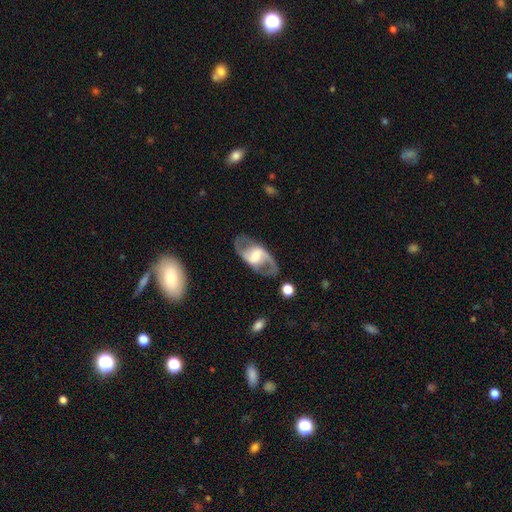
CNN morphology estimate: A featured or disk galaxy (81%) with a weak bar (43%), 2 (90%) medium (50%) spiral arms (86%) and a moderate central bulge (43%).

Vote fractions:
- Smooth or featured? featured or disk: 81% / smooth: 13% / star or artifact: 5%
- Edge-on disk? no: 93% / yes: 7%
- Bar? weak: 43% / strong: 35% / no: 22%
- Spiral arms? yes: 86% / no: 14%
- Spiral winding? medium: 50% / loose: 35% / tight: 15%
- Spiral arm count? 2: 90% / can't tell: 5% / 1: 2% / 3: 1% / 4: 1% / more than 4: 1%
- Bulge size? moderate: 43% / large: 26% / small: 22% / none: 6% / dominant: 3%
- Merging? none: 79% / minor disturbance: 12% / major disturbance: 7% / merger: 2%